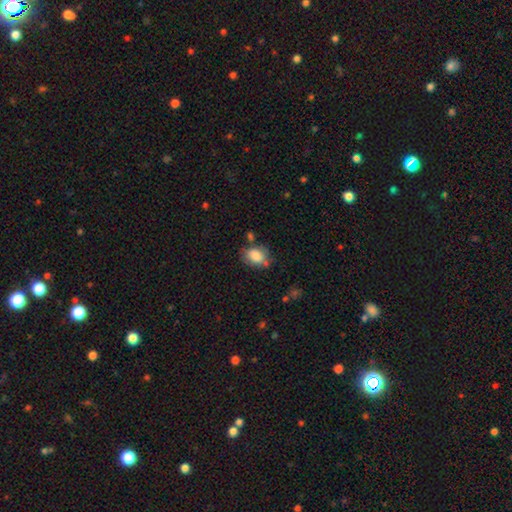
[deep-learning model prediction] Morphology: type=smooth (83%); roundness=in between (71%); merging=none (59%).